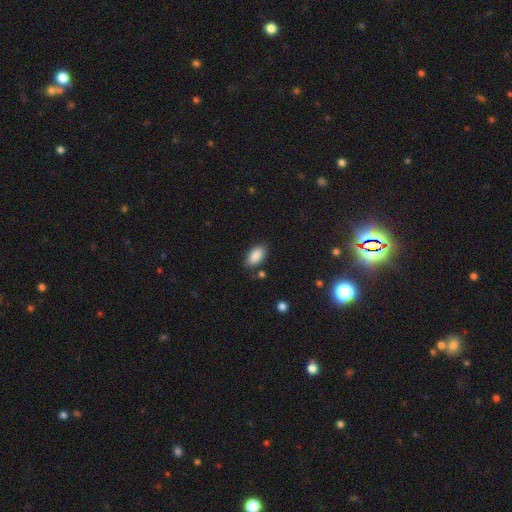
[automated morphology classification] A smooth galaxy with no disk features (88%) that is in between round and cigar-shaped (93%). Merging: none (82%).